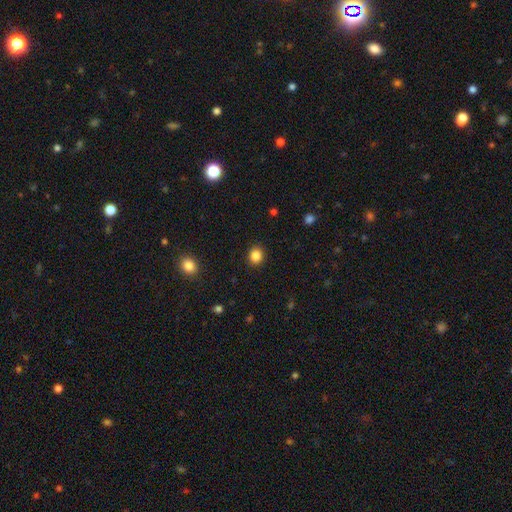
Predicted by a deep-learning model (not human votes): A smooth galaxy with no disk features (85%) that is round (78%).

Vote fractions:
- Smooth or featured? smooth: 85% / star or artifact: 11% / featured or disk: 4%
- How rounded? round: 78% / in between: 21% / cigar-shaped: 1%
- Merging? none: 91% / minor disturbance: 6% / major disturbance: 2% / merger: 1%